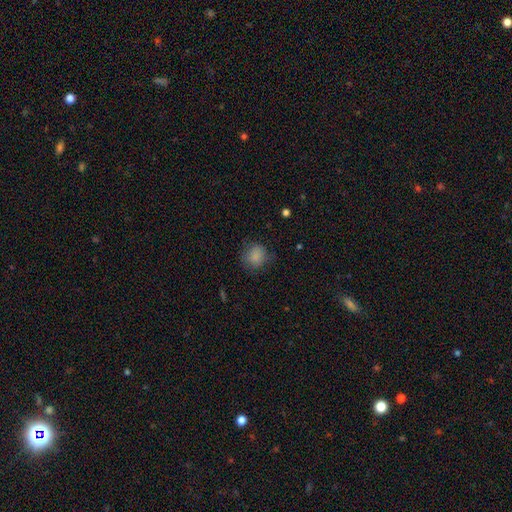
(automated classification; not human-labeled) Q: Smooth or featured?
A: smooth (84%); runner-up: star or artifact (9%)
Q: How rounded?
A: round (80%); runner-up: in between (19%)
Q: Merging?
A: none (70%); runner-up: minor disturbance (21%)